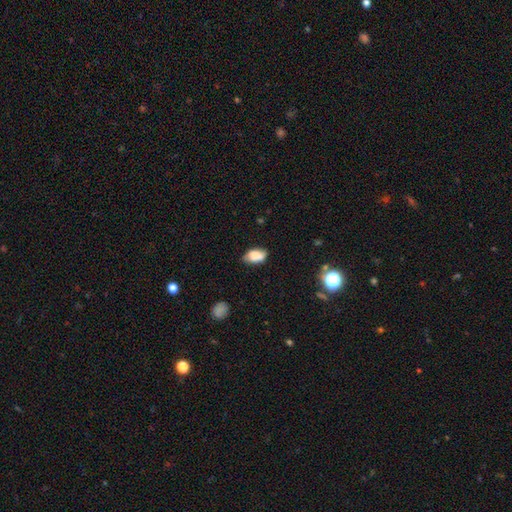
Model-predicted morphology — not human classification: A smooth galaxy with no disk features (76%) that is in between round and cigar-shaped (90%).

Vote fractions:
- Smooth or featured? smooth: 76% / featured or disk: 15% / star or artifact: 9%
- How rounded? in between: 90% / round: 7% / cigar-shaped: 2%
- Merging? none: 63% / minor disturbance: 29% / major disturbance: 6% / merger: 3%